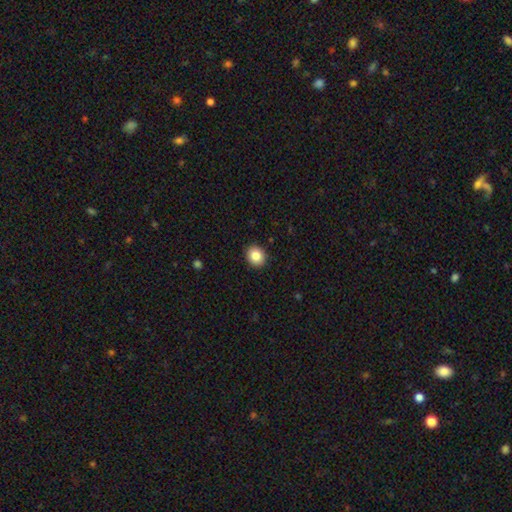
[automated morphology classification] A smooth galaxy with no disk features (85%) that is round (73%). Merging: none (92%).